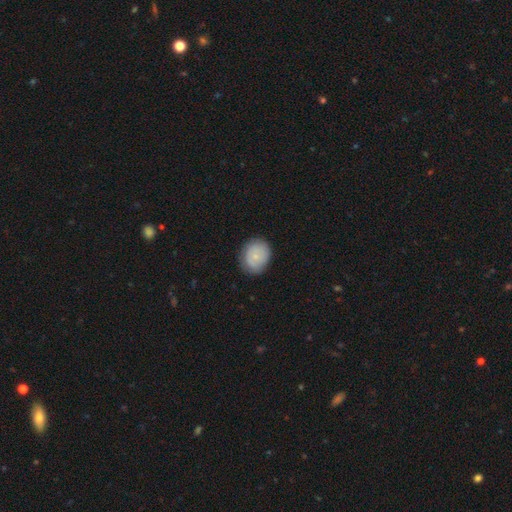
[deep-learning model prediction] smooth_or_featured: smooth (p=0.74) [alt: featured or disk p=0.19]
how_rounded: round (p=0.64) [alt: in between p=0.35]
merging: none (p=0.81) [alt: minor disturbance p=0.14]